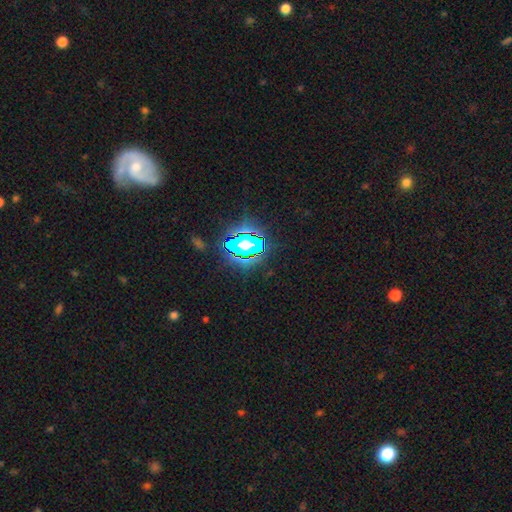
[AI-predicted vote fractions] A star or artifact, not a galaxy (70%).

Vote fractions:
- Smooth or featured? star or artifact: 70% / smooth: 17% / featured or disk: 13%